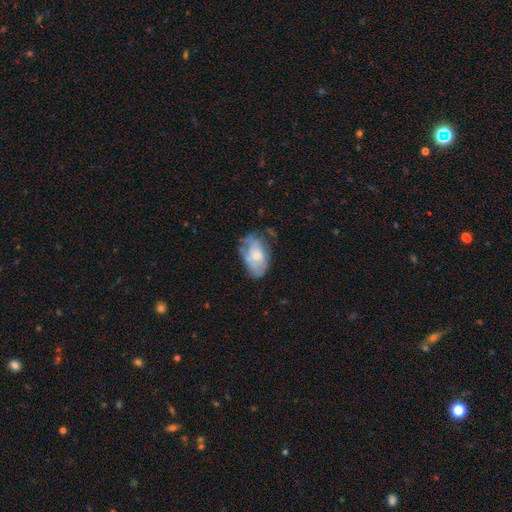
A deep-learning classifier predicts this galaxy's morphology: A featured or disk galaxy (50%). Merging: none (50%).